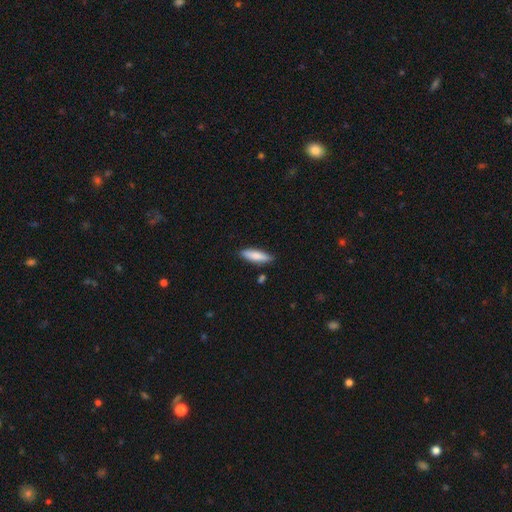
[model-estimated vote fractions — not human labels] Overall: smooth (79%). How rounded: cigar-shaped (68%; in between 31%). Merging: none (85%).